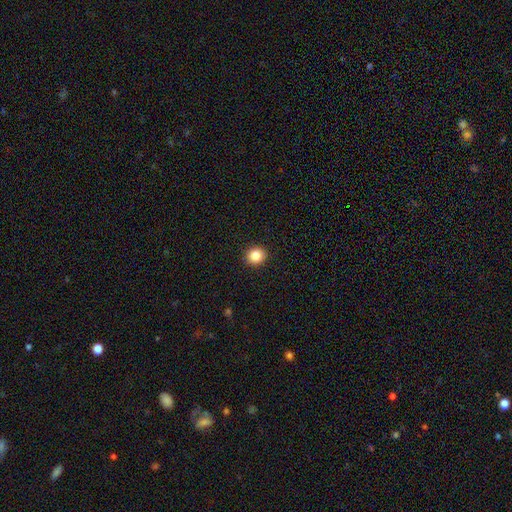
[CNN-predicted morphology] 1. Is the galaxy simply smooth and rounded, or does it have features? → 86% smooth, 10% star or artifact, 4% featured or disk.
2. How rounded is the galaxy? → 81% round, 18% in between, 1% cigar-shaped.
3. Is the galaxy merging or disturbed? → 93% none, 5% minor disturbance, 2% major disturbance, 1% merger.